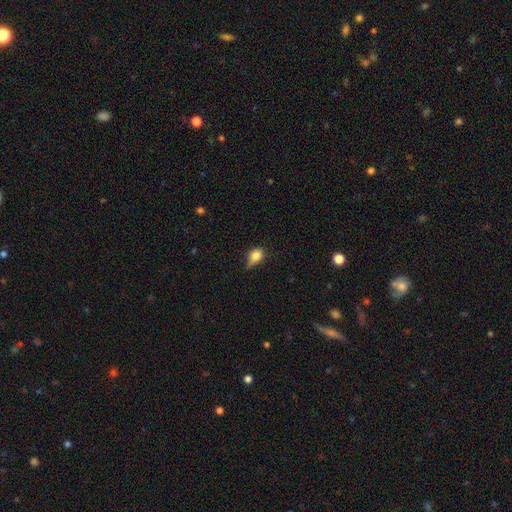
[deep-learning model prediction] Smooth or featured? Predicted: smooth (p=0.77). How rounded? Predicted: in between (p=0.55). Merging? Predicted: minor disturbance (p=0.45).